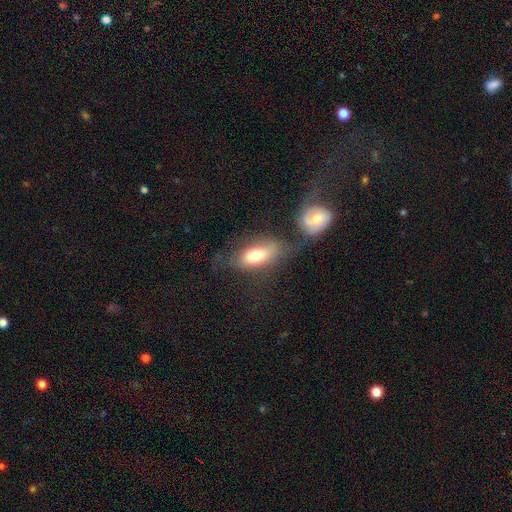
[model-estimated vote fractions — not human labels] Smooth or featured? Predicted: smooth (p=0.71). How rounded? Predicted: in between (p=0.84). Merging? Predicted: none (p=0.51).